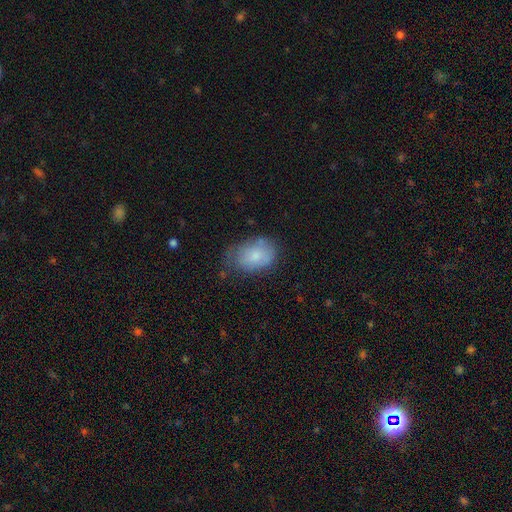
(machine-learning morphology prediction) Q: Smooth or featured?
A: smooth (76%); runner-up: featured or disk (17%)
Q: How rounded?
A: in between (78%); runner-up: round (21%)
Q: Merging?
A: none (49%); runner-up: minor disturbance (35%)